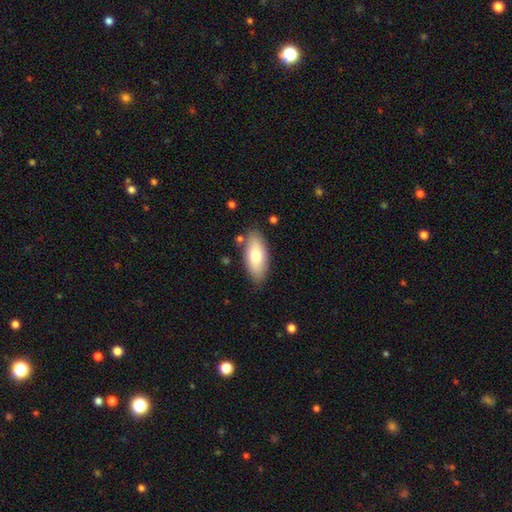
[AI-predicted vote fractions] Smooth or featured: smooth — 73% (featured or disk — 21%)
How rounded: in between — 85% (cigar-shaped — 12%)
Merging: none — 82% (minor disturbance — 12%)